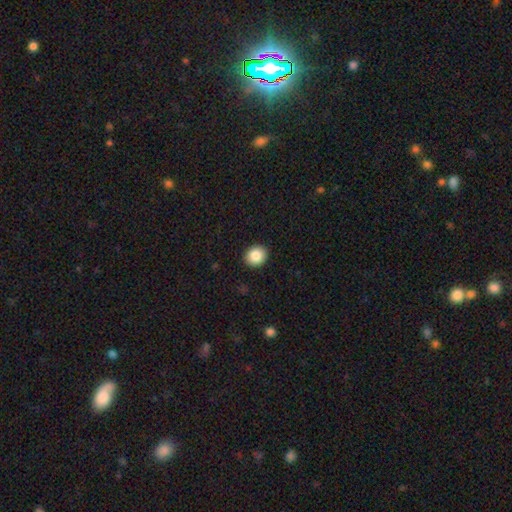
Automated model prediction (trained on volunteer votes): smooth-or-featured: smooth: 86% | star or artifact: 9% | featured or disk: 6%
  how-rounded: round: 71% | in between: 28% | cigar-shaped: 1%
  merging: none: 92% | minor disturbance: 6% | major disturbance: 2% | merger: 1%